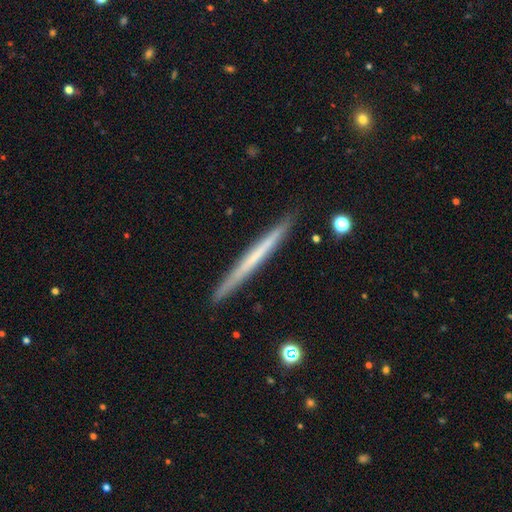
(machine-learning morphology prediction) Smooth or featured? Predicted: featured or disk (p=0.50). Merging? Predicted: none (p=0.91).